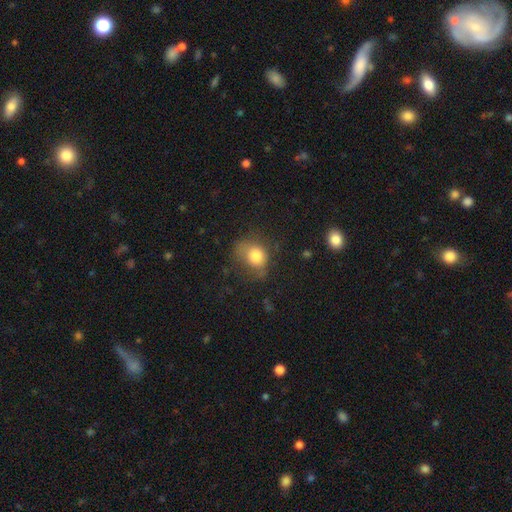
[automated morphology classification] smooth 77%, featured or disk 13%, star or artifact 10%. Down the decision tree: how rounded — round (53%); merging — none (43%).